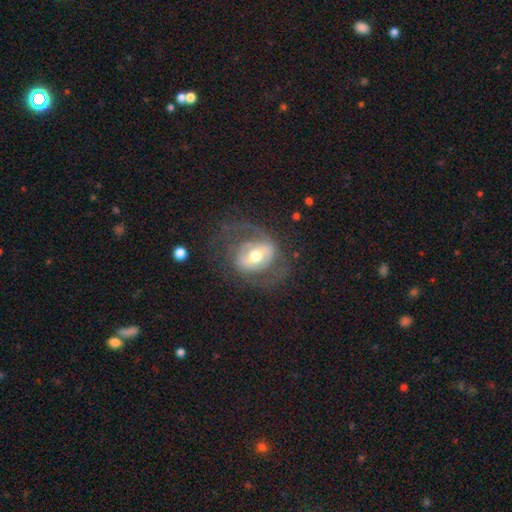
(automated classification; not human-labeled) This appears to be a featured or disk galaxy (70%) with a weak bar (37%), spiral arms (65%) and a moderate central bulge (71%). Merging: none (58%).